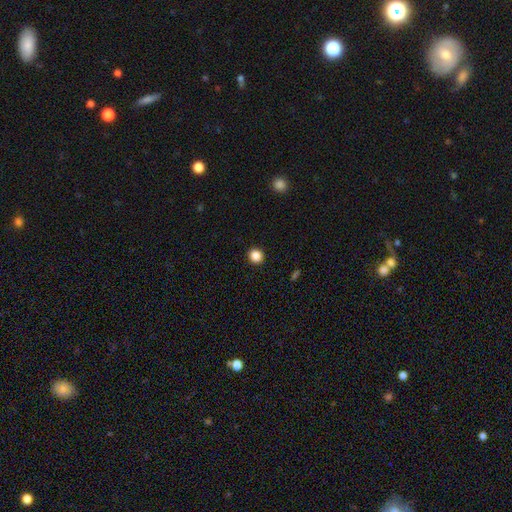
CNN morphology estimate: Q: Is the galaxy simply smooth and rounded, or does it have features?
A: smooth — 86%.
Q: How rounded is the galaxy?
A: round — 88%.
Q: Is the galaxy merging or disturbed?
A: none — 92%.